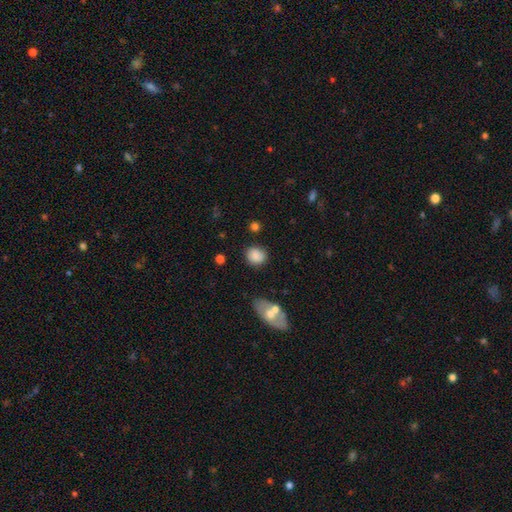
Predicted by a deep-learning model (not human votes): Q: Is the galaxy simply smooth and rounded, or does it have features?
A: smooth — 83%.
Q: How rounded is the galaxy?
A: round — 71%.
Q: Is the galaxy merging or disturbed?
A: none — 76%.